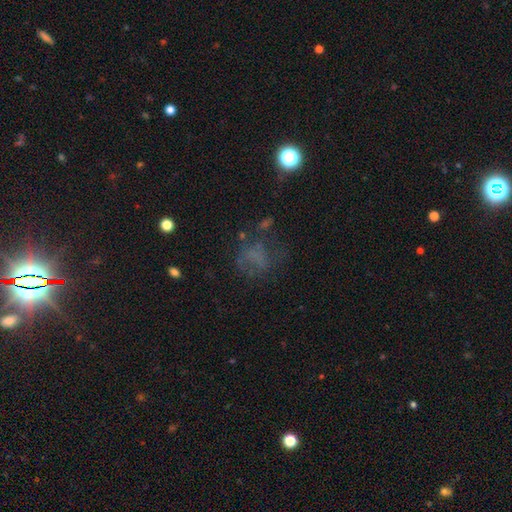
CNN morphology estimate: The model was most divided on "smooth or featured": smooth: 39%, featured or disk: 31%, star or artifact: 30%. Remaining: merging — none (50%).